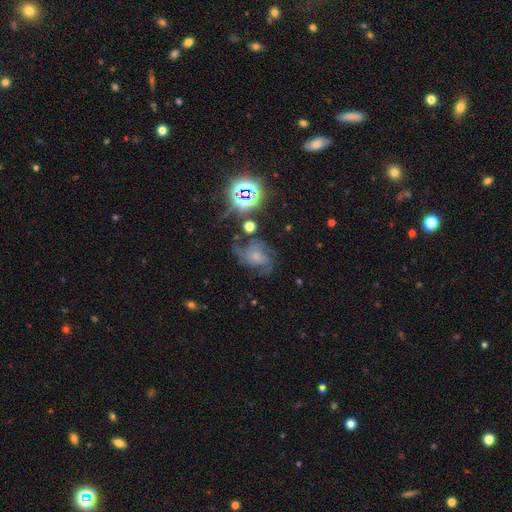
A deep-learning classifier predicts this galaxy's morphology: This appears to be a featured or disk galaxy (65%) with no bar (73%), 3 (39%) medium (49%) spiral arms (91%) and a small central bulge (43%). Merging: none (49%).